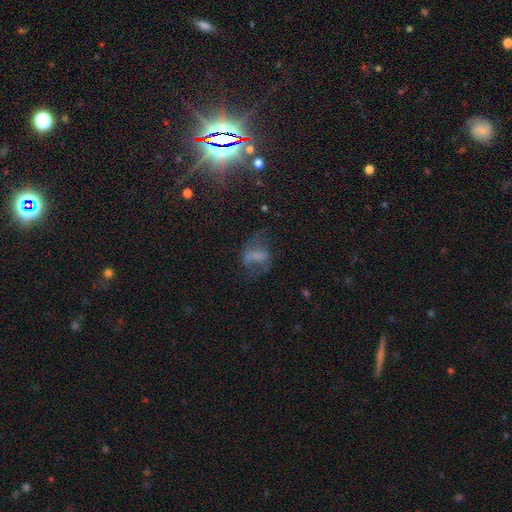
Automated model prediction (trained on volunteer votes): smooth_or_featured: smooth (p=0.41) [tied with: featured or disk p=0.41]
merging: major disturbance (p=0.38) [alt: none p=0.36]